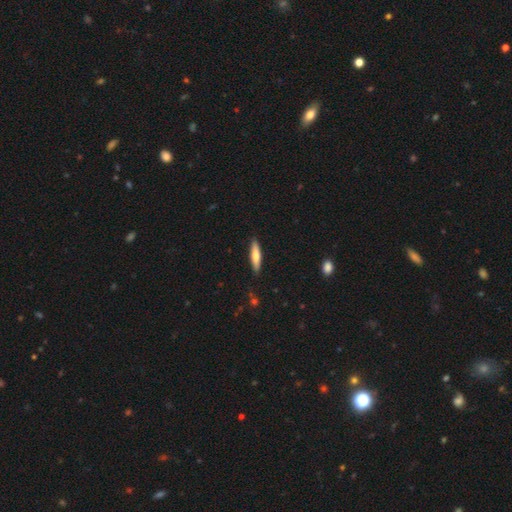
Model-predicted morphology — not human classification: smooth_or_featured: smooth (p=0.67) [alt: featured or disk p=0.27]
how_rounded: cigar-shaped (p=0.80) [alt: in between p=0.19]
merging: none (p=0.89) [alt: minor disturbance p=0.08]